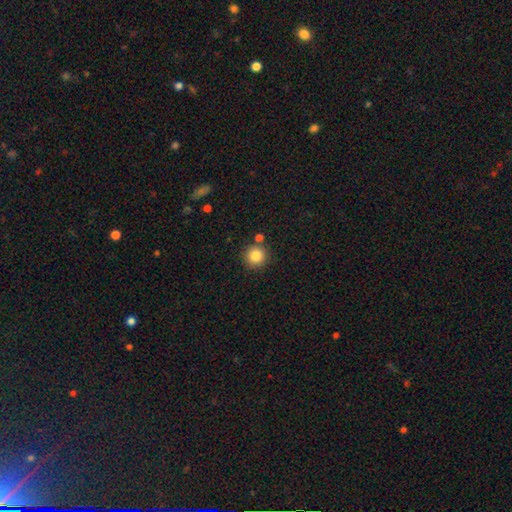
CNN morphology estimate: A smooth galaxy with no disk features (84%) that is round (94%). Merging: none (83%).